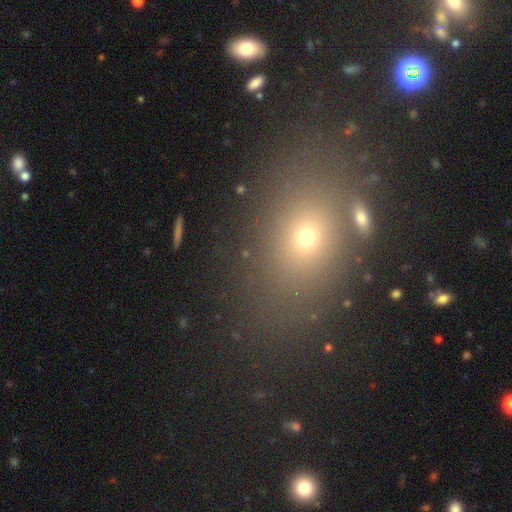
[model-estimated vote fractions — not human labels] Morphology: type=smooth (62%); roundness=in between (66%); merging=none (82%).